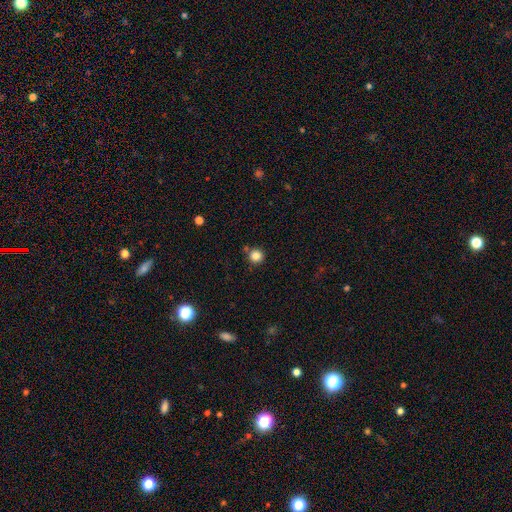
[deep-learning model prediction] smooth-or-featured: smooth: 84% | star or artifact: 12% | featured or disk: 4%
  how-rounded: round: 95% | in between: 4% | cigar-shaped: 1%
  merging: none: 81% | minor disturbance: 9% | merger: 8% | major disturbance: 3%